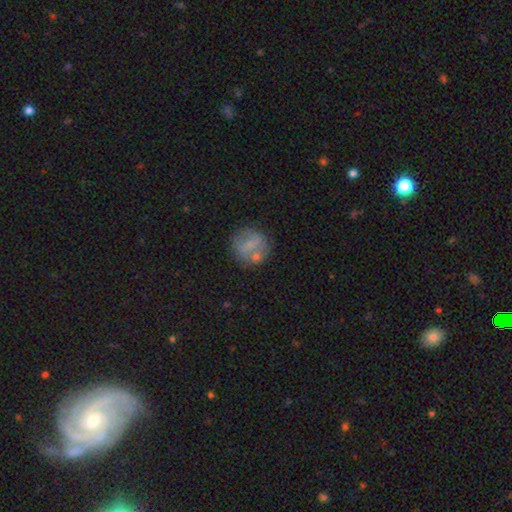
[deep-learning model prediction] Smooth or featured? smooth (61%)
How rounded? round (85%)
Merging? none (73%)